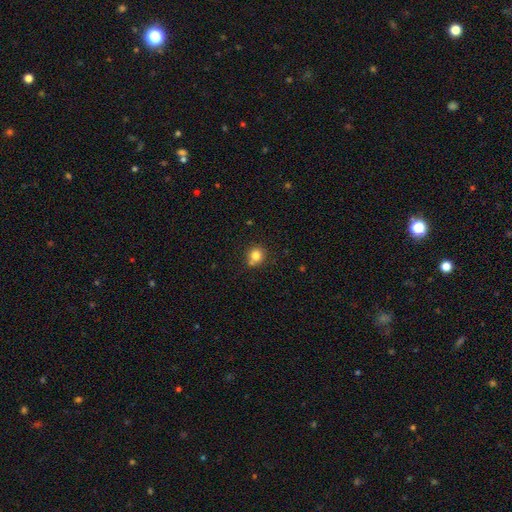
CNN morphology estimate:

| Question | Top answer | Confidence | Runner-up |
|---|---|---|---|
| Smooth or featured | smooth | 80% | star or artifact (12%) |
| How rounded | round | 88% | in between (11%) |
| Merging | none | 70% | merger (15%) |